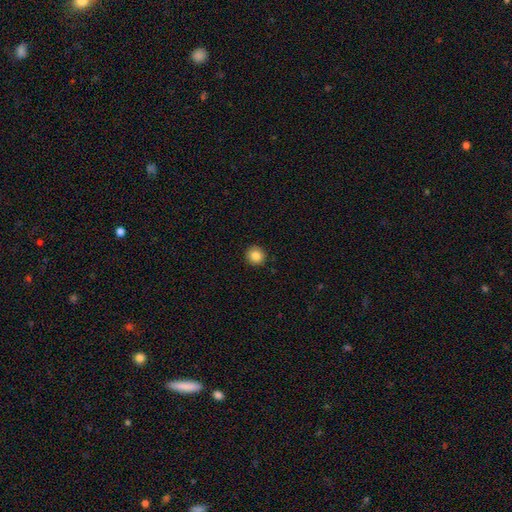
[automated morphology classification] Overall: smooth (85%). How rounded: round (93%). Merging: none (92%).